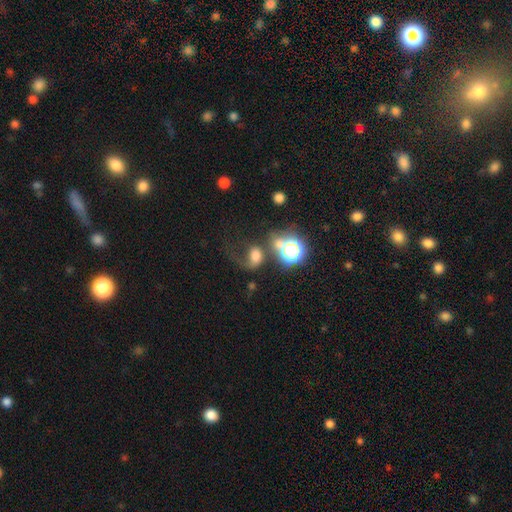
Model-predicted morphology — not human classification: Smooth or featured: smooth — 53% (featured or disk — 25%)
How rounded: in between — 50% (round — 49%)
Merging: major disturbance — 38% (none — 27%)